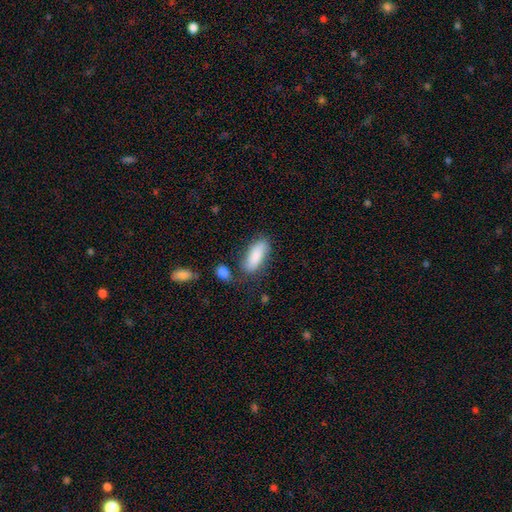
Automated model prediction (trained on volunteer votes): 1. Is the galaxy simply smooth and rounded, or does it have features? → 86% smooth, 8% featured or disk, 6% star or artifact.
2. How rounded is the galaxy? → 76% in between, 22% cigar-shaped, 2% round.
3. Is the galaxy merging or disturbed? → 70% none, 17% minor disturbance, 7% merger, 5% major disturbance.